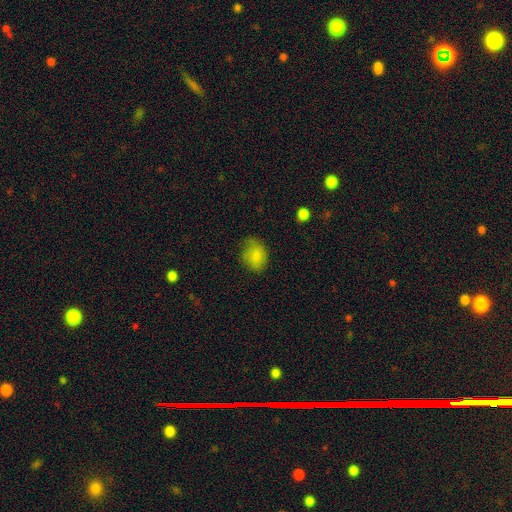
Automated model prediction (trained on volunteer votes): A smooth galaxy with no disk features (81%) that is in between round and cigar-shaped (64%). Merging: none (61%).